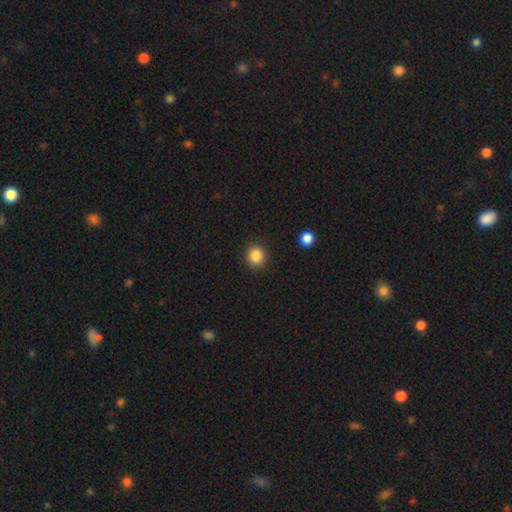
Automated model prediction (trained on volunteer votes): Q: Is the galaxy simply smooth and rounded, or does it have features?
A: smooth — 86%.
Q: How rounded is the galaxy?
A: round — 89%.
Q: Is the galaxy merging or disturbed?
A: none — 91%.